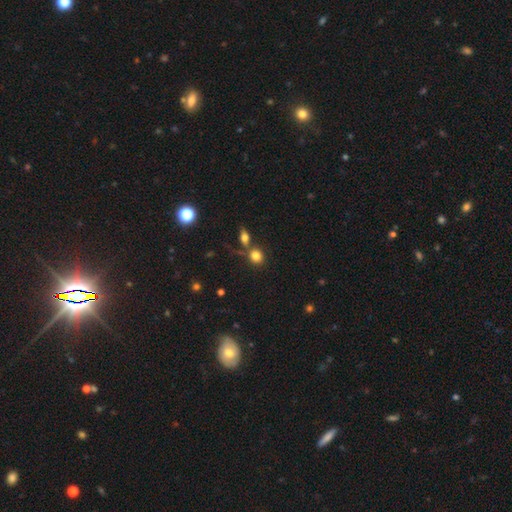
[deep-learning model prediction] Q: Smooth or featured?
A: smooth (79%); runner-up: star or artifact (12%)
Q: How rounded?
A: round (74%); runner-up: in between (24%)
Q: Merging?
A: none (56%); runner-up: merger (30%)